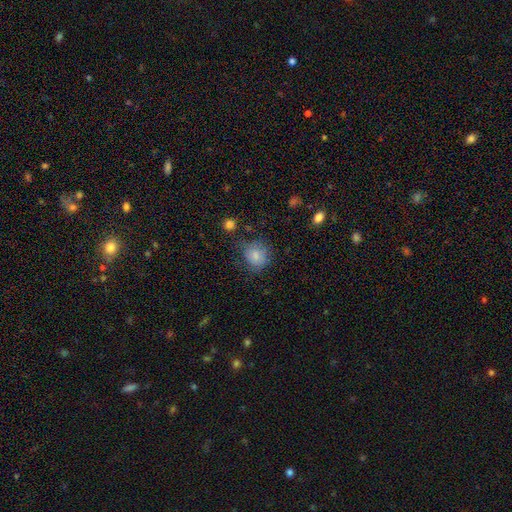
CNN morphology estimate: Smooth or featured? smooth (79%)
How rounded? round (76%)
Merging? none (60%)